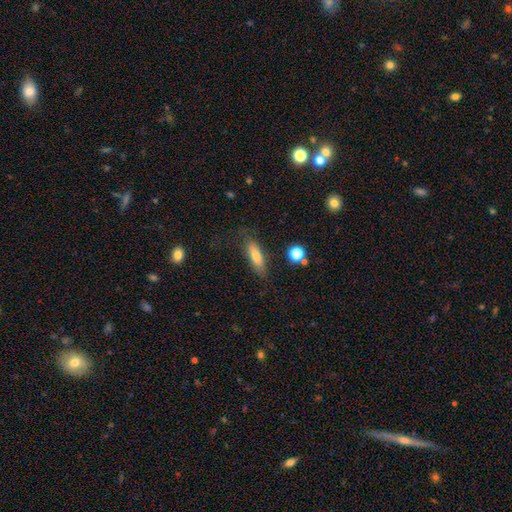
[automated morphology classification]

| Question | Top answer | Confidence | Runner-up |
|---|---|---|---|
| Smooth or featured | smooth | 74% | featured or disk (18%) |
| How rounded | cigar-shaped | 52% | in between (45%) |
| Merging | none | 73% | minor disturbance (18%) |